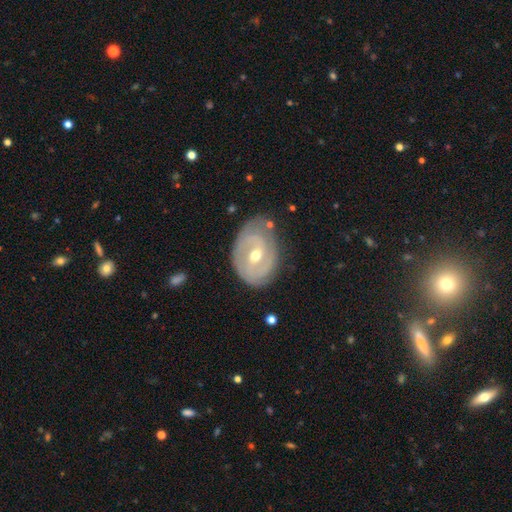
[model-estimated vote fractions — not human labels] Overall: featured or disk (80%). Edge-on disk: no (96%). Bar: weak (51%; no 30%). Spiral arms: yes (86%). Spiral arm count: 2 (54%; can't tell 25%). Spiral winding: tight (57%; medium 31%). Bulge size: moderate (59%; small 38%). Merging: none (66%).